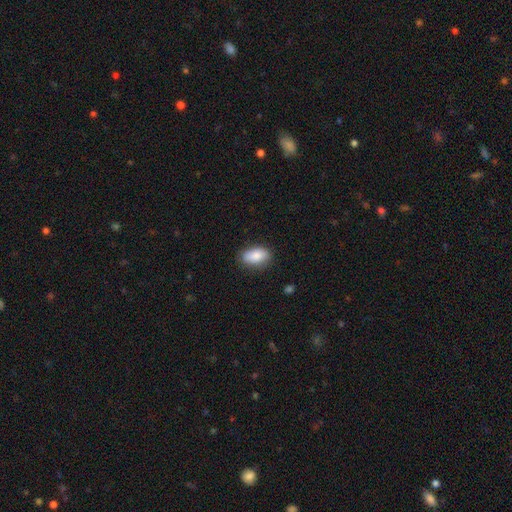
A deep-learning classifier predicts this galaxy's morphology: This appears to be a smooth galaxy with no disk features (86%) that is in between round and cigar-shaped (91%). Merging: none (83%).